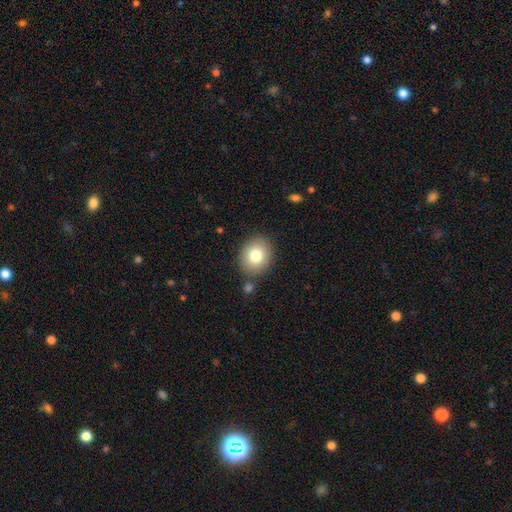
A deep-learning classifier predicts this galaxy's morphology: This appears to be a smooth galaxy with no disk features (79%) that is round (62%). Merging: none (81%).